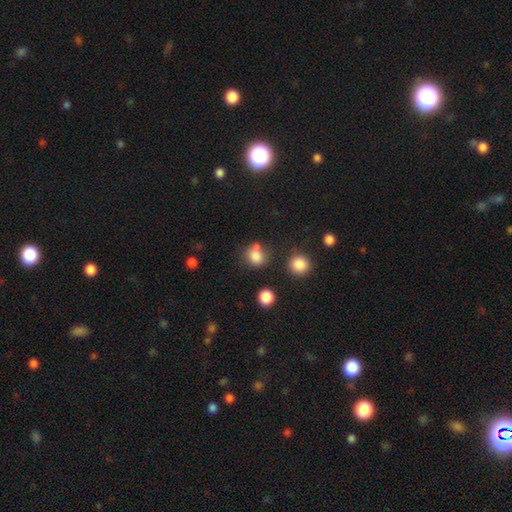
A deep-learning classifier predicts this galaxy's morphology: Smooth or featured: smooth — 80% (star or artifact — 13%)
How rounded: round — 76% (in between — 23%)
Merging: none — 58% (merger — 20%)